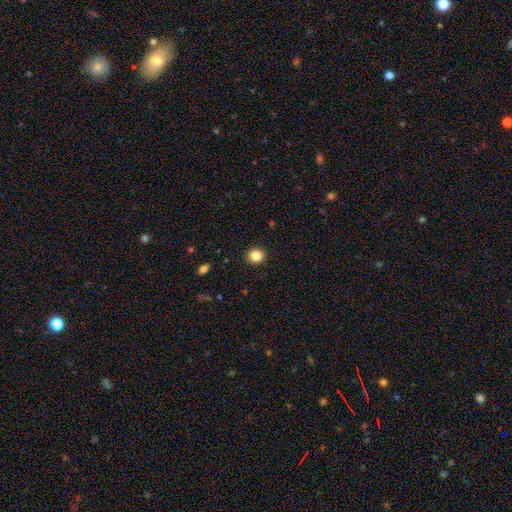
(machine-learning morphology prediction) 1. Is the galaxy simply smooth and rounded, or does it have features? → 85% smooth, 11% star or artifact, 5% featured or disk.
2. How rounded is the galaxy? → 89% round, 10% in between, 1% cigar-shaped.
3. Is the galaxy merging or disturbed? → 92% none, 5% minor disturbance, 2% major disturbance, 1% merger.